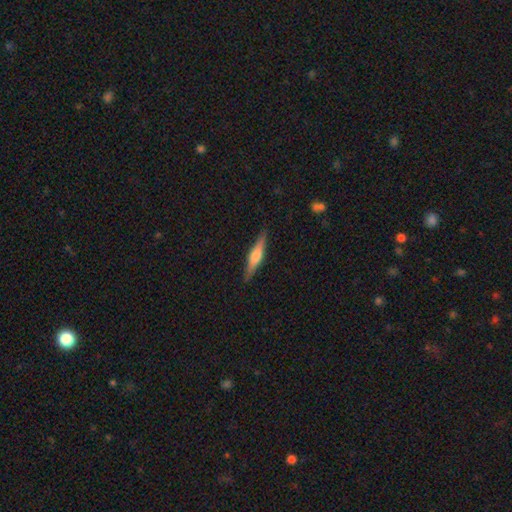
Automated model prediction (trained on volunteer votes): A featured or disk galaxy (57%) viewed edge-on (96%) with a rounded central bulge (78%). Merging: none (89%).